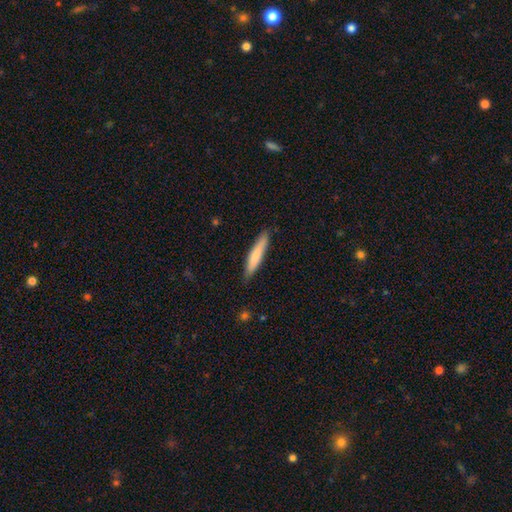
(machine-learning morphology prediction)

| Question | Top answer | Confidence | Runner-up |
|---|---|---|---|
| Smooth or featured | smooth | 76% | featured or disk (19%) |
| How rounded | cigar-shaped | 90% | in between (9%) |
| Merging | none | 85% | minor disturbance (12%) |